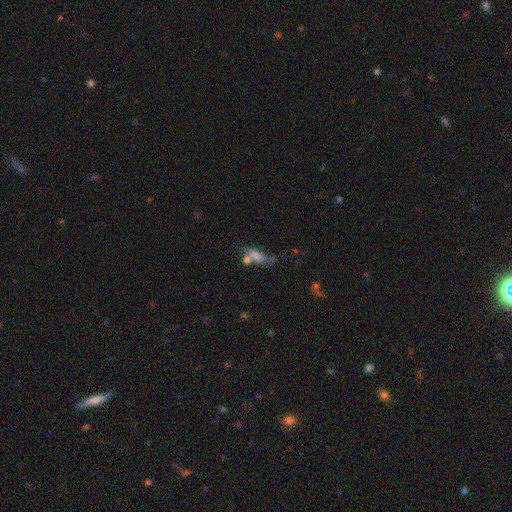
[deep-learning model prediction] Morphology: type=smooth (69%); roundness=in between (65%); merging=none (35%).